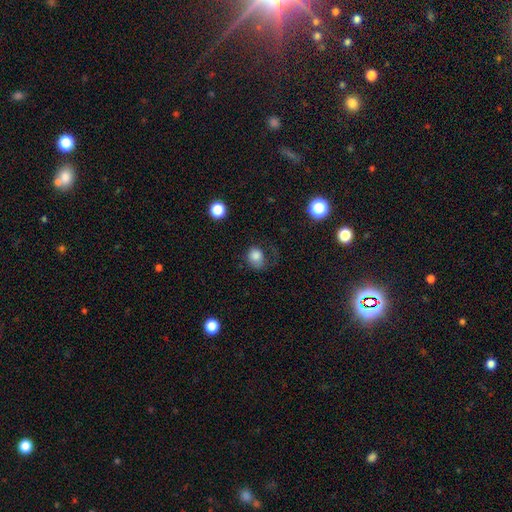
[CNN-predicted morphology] type=smooth (81%); roundness=round (65%); merging=none (43%).